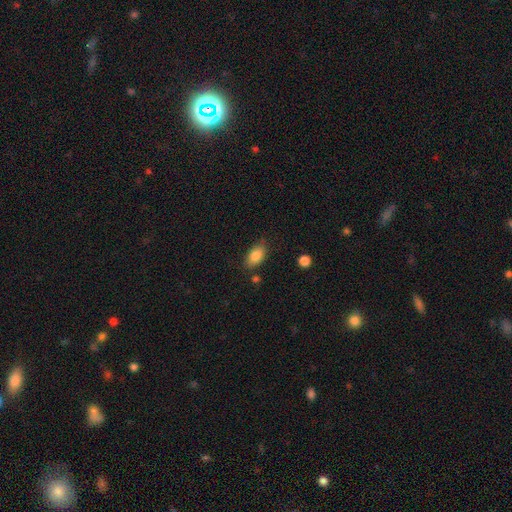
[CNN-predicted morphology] smooth-or-featured: smooth: 83% | featured or disk: 9% | star or artifact: 8%
  how-rounded: in between: 90% | round: 7% | cigar-shaped: 3%
  merging: none: 77% | minor disturbance: 16% | major disturbance: 3% | merger: 3%